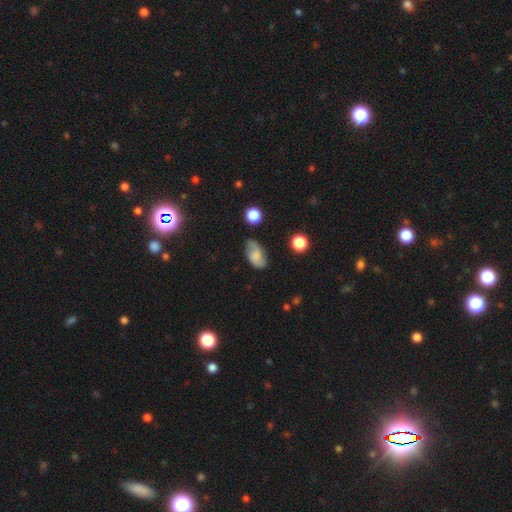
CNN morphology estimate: This is possibly a smooth galaxy (59%). How rounded: clearly in between (90%). Merging: likely none (60%).